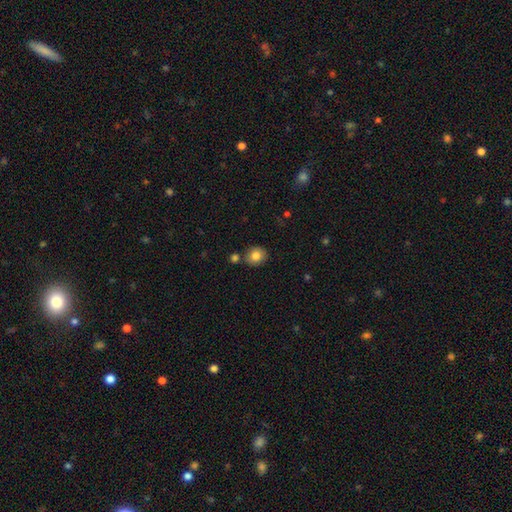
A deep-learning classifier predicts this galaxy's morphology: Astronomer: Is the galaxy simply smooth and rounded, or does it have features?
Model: smooth — 83%.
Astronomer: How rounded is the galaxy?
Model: round — 71%.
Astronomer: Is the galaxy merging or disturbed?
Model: none — 77%.